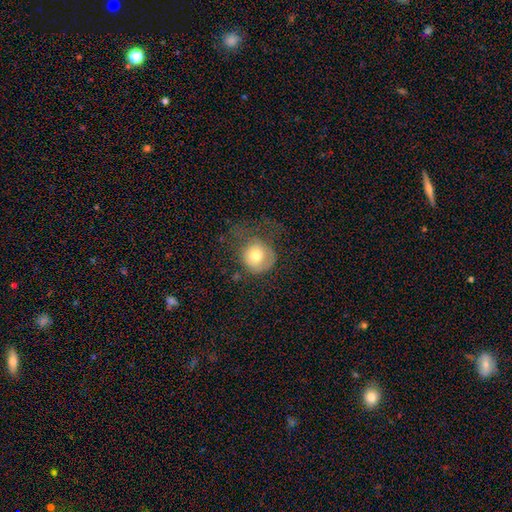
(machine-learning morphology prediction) smooth_or_featured: smooth (p=0.71) [alt: featured or disk p=0.20]
how_rounded: round (p=0.86) [alt: in between p=0.13]
merging: none (p=0.38) [alt: major disturbance p=0.35]